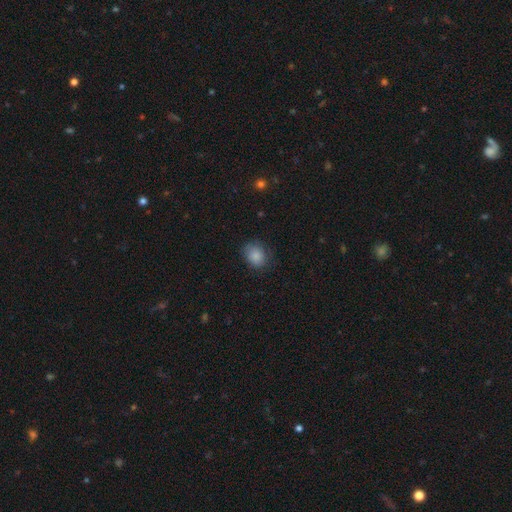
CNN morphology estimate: Smooth or featured? Predicted: smooth (p=0.87). How rounded? Predicted: round (p=0.59). Merging? Predicted: none (p=0.76).